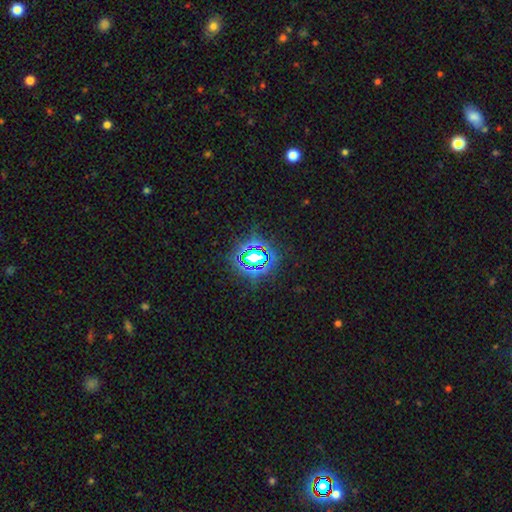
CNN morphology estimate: type=star or artifact (70%).